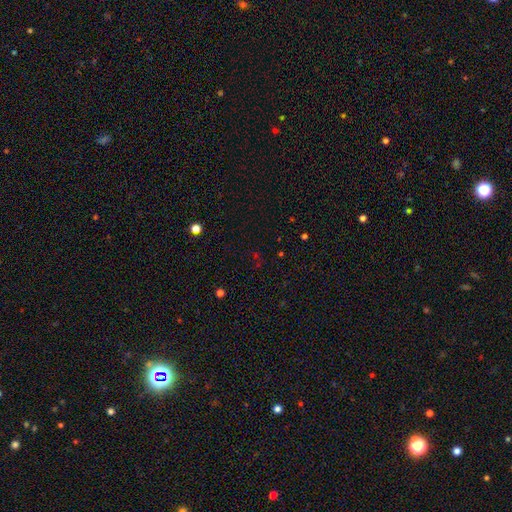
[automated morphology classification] Smooth or featured?
  - star or artifact: 62% *
  - smooth: 30%
  - featured or disk: 8%